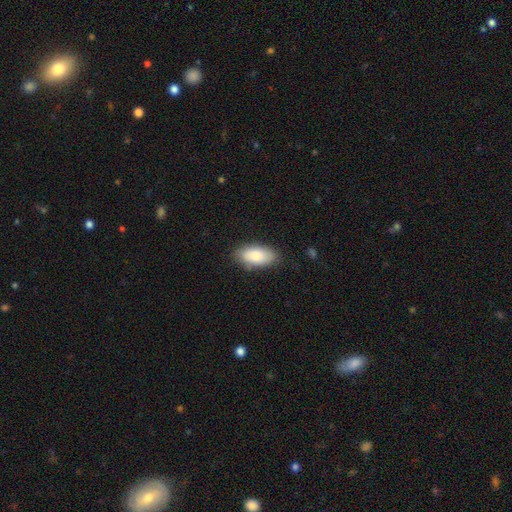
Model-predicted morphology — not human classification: A smooth galaxy with no disk features (82%) that is in between round and cigar-shaped (93%). Merging: none (81%).